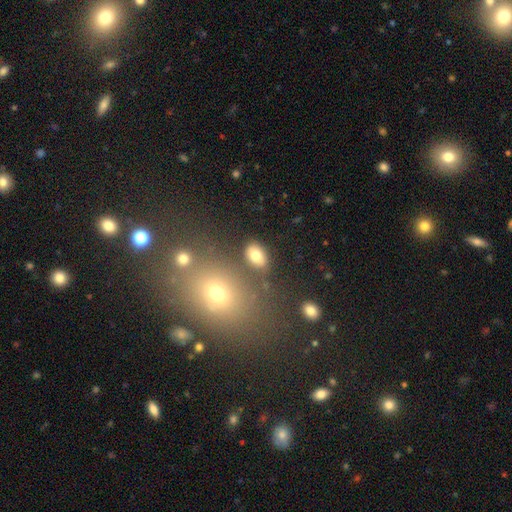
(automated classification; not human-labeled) This is likely a smooth galaxy (78%). How rounded: clearly in between (82%). Merging: likely none (77%).